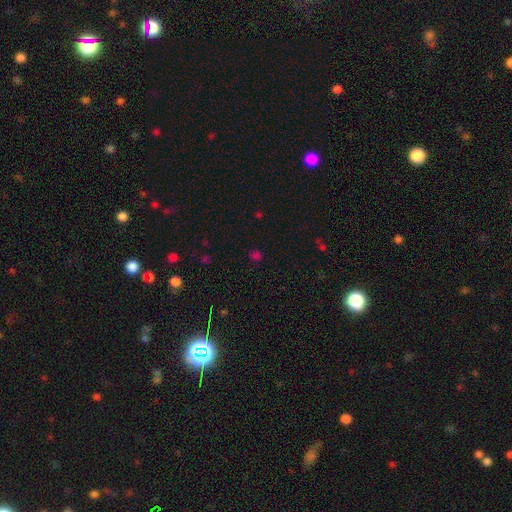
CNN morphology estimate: smooth-or-featured: smooth: 53% | star or artifact: 41% | featured or disk: 5%
  how-rounded: round: 69% | in between: 30% | cigar-shaped: 2%
  merging: none: 78% | minor disturbance: 13% | major disturbance: 5% | merger: 4%